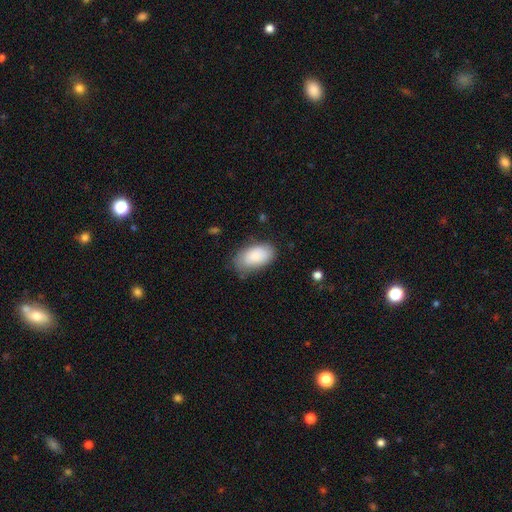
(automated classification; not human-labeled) Morphology: type=smooth (85%); roundness=in between (95%); merging=none (71%).